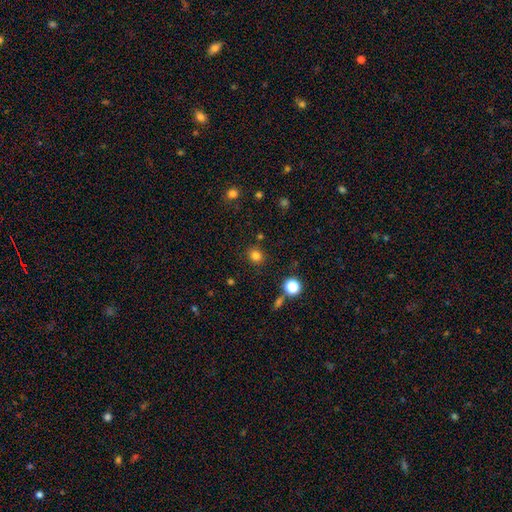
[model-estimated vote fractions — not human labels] Smooth or featured? Predicted: smooth (p=0.81). How rounded? Predicted: round (p=0.80). Merging? Predicted: none (p=0.86).